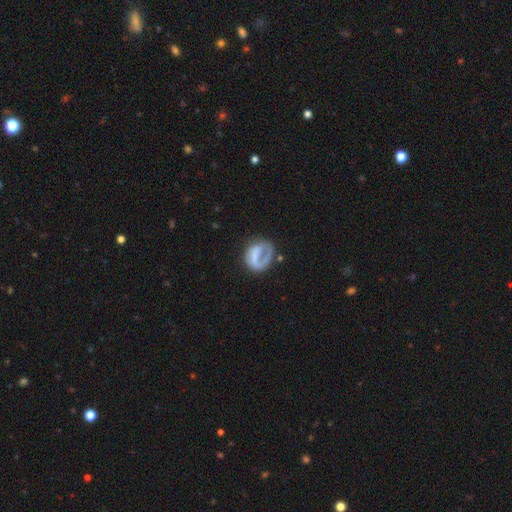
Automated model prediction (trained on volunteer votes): The model was most divided on "smooth or featured": featured or disk: 47%, smooth: 45%, star or artifact: 8%. Remaining: merging — none (45%).